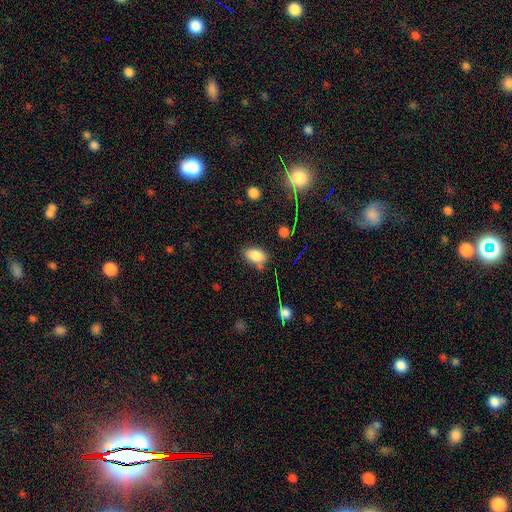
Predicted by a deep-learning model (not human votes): smooth_or_featured: smooth (p=0.85) [alt: star or artifact p=0.09]
how_rounded: in between (p=0.90) [alt: round p=0.07]
merging: none (p=0.72) [alt: minor disturbance p=0.18]